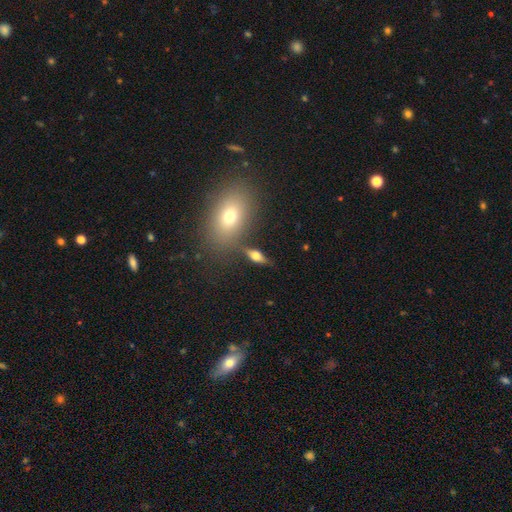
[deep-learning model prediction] smooth-or-featured: smooth: 47% | featured or disk: 42% | star or artifact: 11%
  merging: none: 73% | minor disturbance: 13% | merger: 9% | major disturbance: 6%